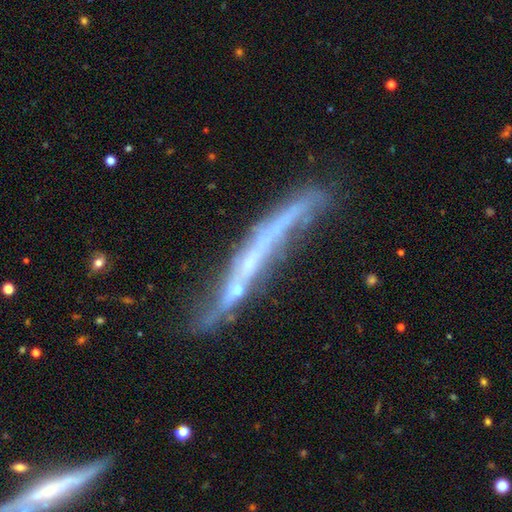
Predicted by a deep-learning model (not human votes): Morphology: type=featured or disk (65%); edge-on=yes (79%); edge-on bulge=none (83%); merging=none (48%).